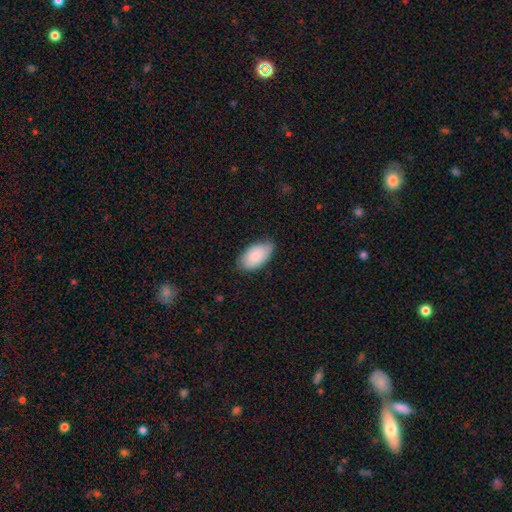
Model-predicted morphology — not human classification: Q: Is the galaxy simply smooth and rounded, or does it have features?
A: smooth — 81%.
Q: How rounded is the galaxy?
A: in between — 95%.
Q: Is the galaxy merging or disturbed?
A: none — 72%.